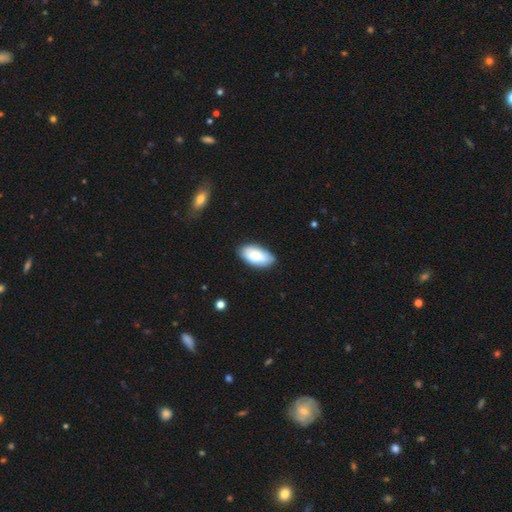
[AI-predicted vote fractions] Smooth or featured?
  - smooth: 78% *
  - featured or disk: 16%
  - star or artifact: 6%
How rounded?
  - in between: 94% *
  - cigar-shaped: 3%
  - round: 3%
Merging?
  - none: 78% *
  - minor disturbance: 18%
  - major disturbance: 3%
  - merger: 2%